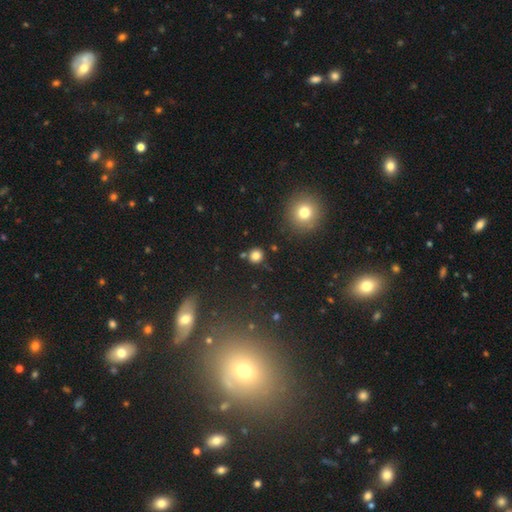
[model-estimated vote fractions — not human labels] smooth 81%, star or artifact 14%, featured or disk 5%. Down the decision tree: how rounded — round (90%); merging — none (84%).